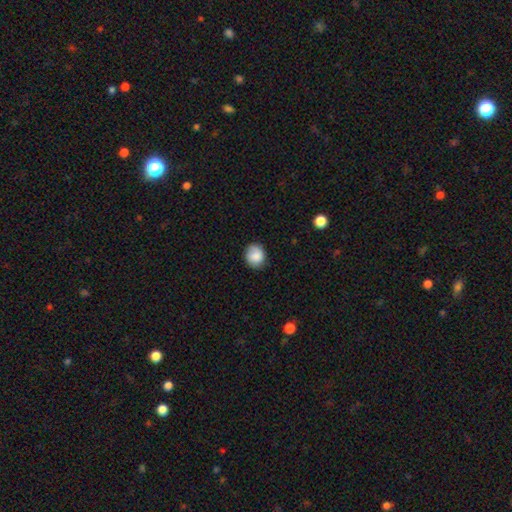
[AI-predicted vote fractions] Smooth or featured? Predicted: smooth (p=0.85). How rounded? Predicted: round (p=0.76). Merging? Predicted: none (p=0.80).